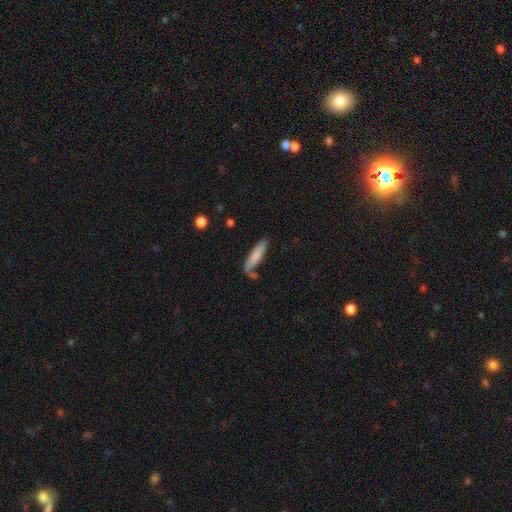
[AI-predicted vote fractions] Smooth or featured: smooth — 76% (featured or disk — 18%)
How rounded: cigar-shaped — 80% (in between — 19%)
Merging: none — 59% (minor disturbance — 20%)